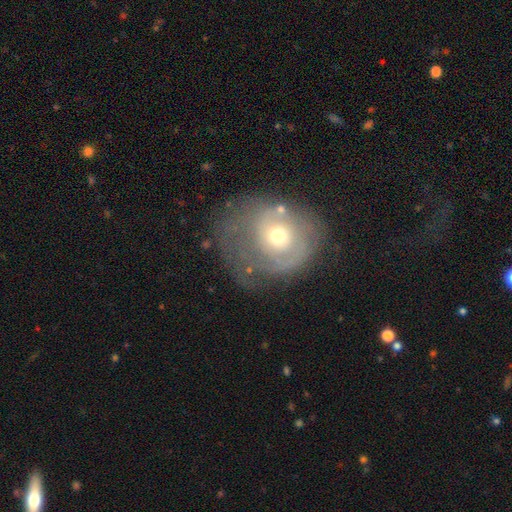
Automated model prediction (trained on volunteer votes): A featured or disk galaxy (51%). Merging: none (41%).